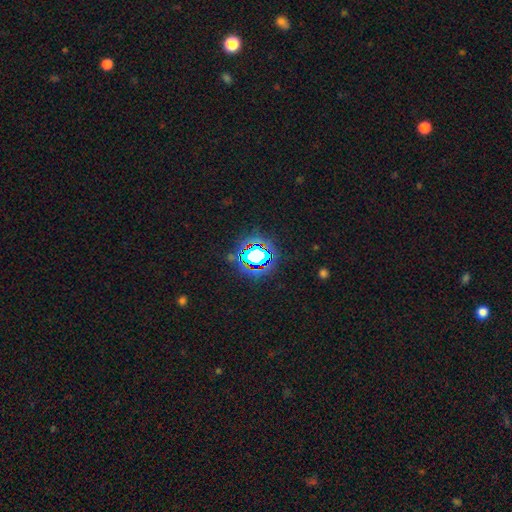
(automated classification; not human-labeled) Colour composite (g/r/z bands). It shows a star or artifact, not a galaxy (67%).